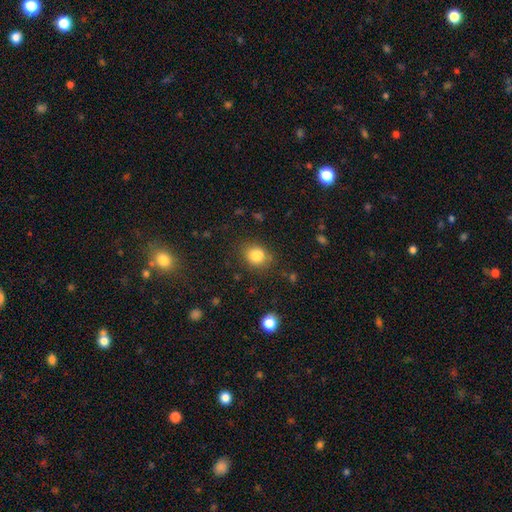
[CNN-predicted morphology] A smooth galaxy with no disk features (80%) that is round (62%).

Vote fractions:
- Smooth or featured? smooth: 80% / star or artifact: 12% / featured or disk: 8%
- How rounded? round: 62% / in between: 37% / cigar-shaped: 1%
- Merging? none: 66% / minor disturbance: 16% / merger: 12% / major disturbance: 5%